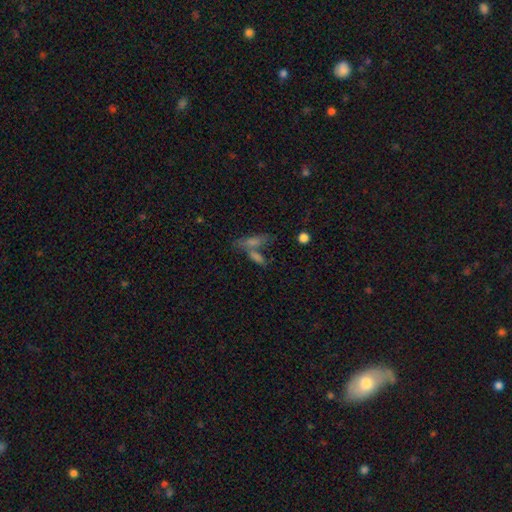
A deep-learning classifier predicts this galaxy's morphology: Overall: smooth (56%; featured or disk 25%). How rounded: cigar-shaped (51%; in between 42%). Merging: none (45%; merger 38%).